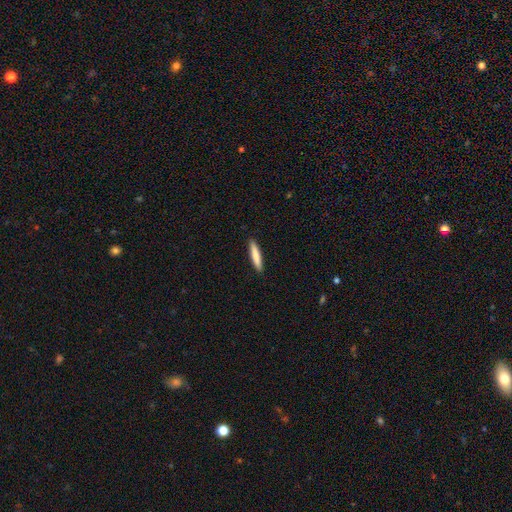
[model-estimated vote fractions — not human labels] Smooth or featured: smooth — 82% (featured or disk — 13%)
How rounded: cigar-shaped — 91% (in between — 8%)
Merging: none — 91% (minor disturbance — 6%)